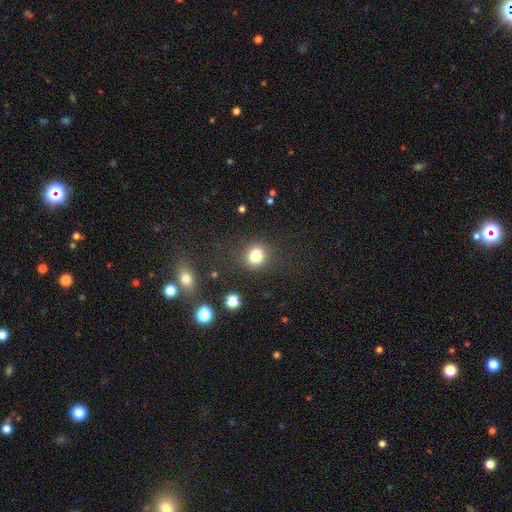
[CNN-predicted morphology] Smooth or featured: smooth — 81% (star or artifact — 12%)
How rounded: round — 78% (in between — 21%)
Merging: none — 83% (minor disturbance — 10%)